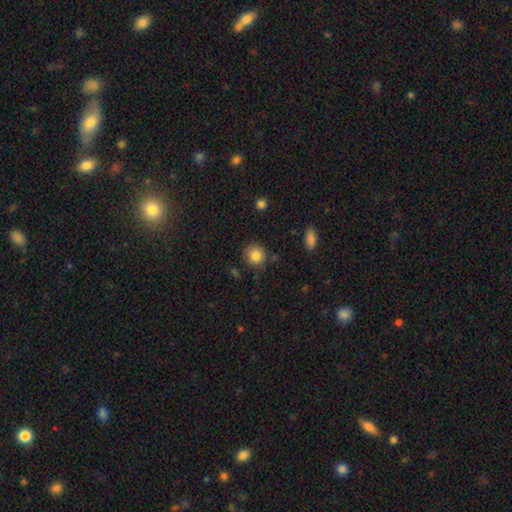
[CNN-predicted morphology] A smooth galaxy with no disk features (84%) that is round (90%). Merging: none (83%).